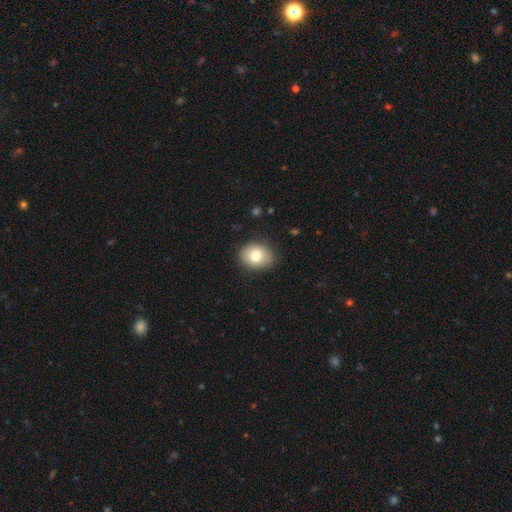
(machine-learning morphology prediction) Smooth or featured? Predicted: smooth (p=0.81). How rounded? Predicted: in between (p=0.50). Merging? Predicted: none (p=0.87).